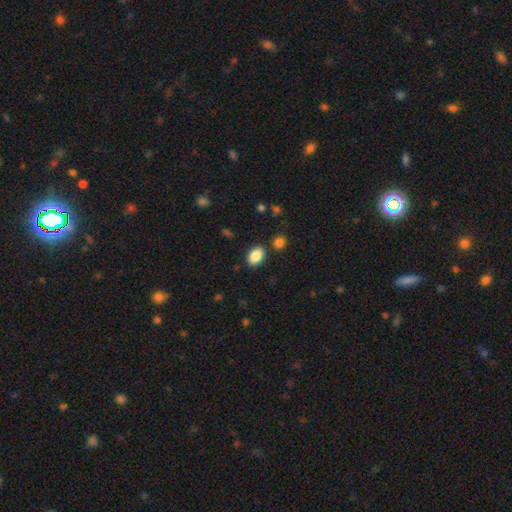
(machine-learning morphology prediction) Smooth or featured? Predicted: smooth (p=0.88). How rounded? Predicted: in between (p=0.84). Merging? Predicted: none (p=0.83).